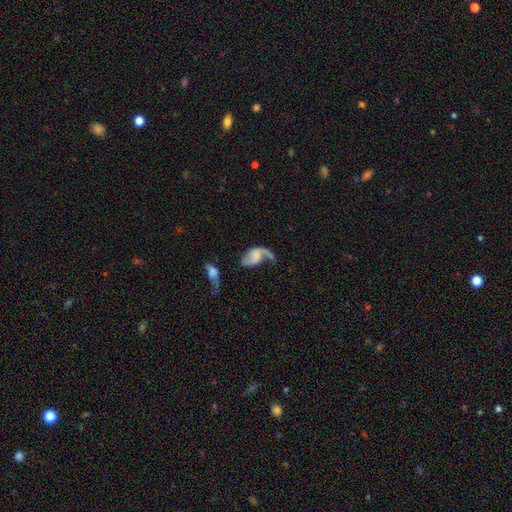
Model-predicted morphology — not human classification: Smooth or featured? featured or disk (64%)
Edge-on disk? no (96%)
Bar? no (60%)
Spiral arms? yes (84%)
Spiral winding? loose (73%)
Spiral arm count? 2 (50%)
Bulge size? none (59%)
Merging? major disturbance (37%)